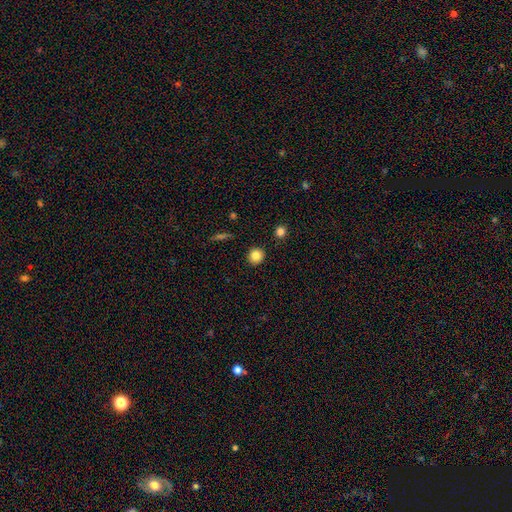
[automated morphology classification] Smooth or featured: smooth — 83% (star or artifact — 10%)
How rounded: round — 91% (in between — 8%)
Merging: none — 91% (minor disturbance — 6%)